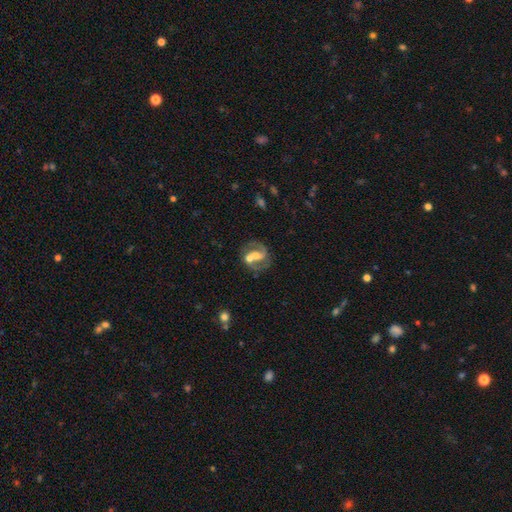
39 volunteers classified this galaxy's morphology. A featured or disk galaxy (87%) with a weak bar (48%), 2 (90%) medium (69%) spiral arms (88%) and a moderate central bulge (64%).

Vote fractions:
- Smooth or featured? featured or disk: 87% / smooth: 10% / star or artifact: 3%
- Edge-on disk? no: 97% / yes: 3%
- Bar? weak: 48% / no: 45% / strong: 6%
- Spiral arms? yes: 88% / no: 12%
- Spiral winding? medium: 69% / loose: 17% / tight: 14%
- Spiral arm count? 2: 90% / 1: 7% / 3: 3% / 4: 0% / more than 4: 0% / can't tell: 0%
- Bulge size? moderate: 64% / small: 24% / large: 9% / dominant: 3% / none: 0%
- Merging? none: 42% / merger: 37% / minor disturbance: 16% / major disturbance: 5%